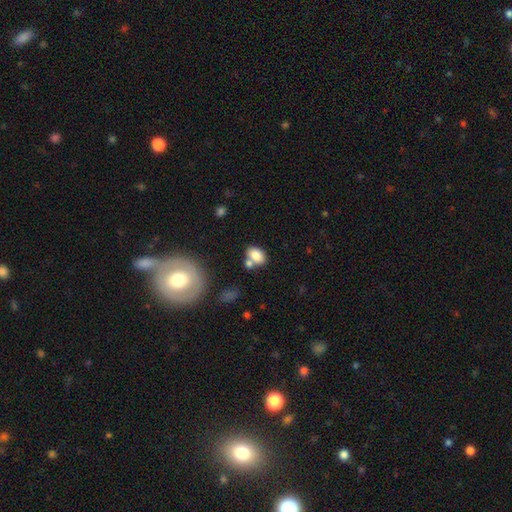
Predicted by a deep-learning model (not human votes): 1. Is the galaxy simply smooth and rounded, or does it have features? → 81% smooth, 10% featured or disk, 9% star or artifact.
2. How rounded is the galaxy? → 83% in between, 15% round, 2% cigar-shaped.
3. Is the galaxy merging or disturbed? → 53% none, 29% merger, 14% minor disturbance, 5% major disturbance.